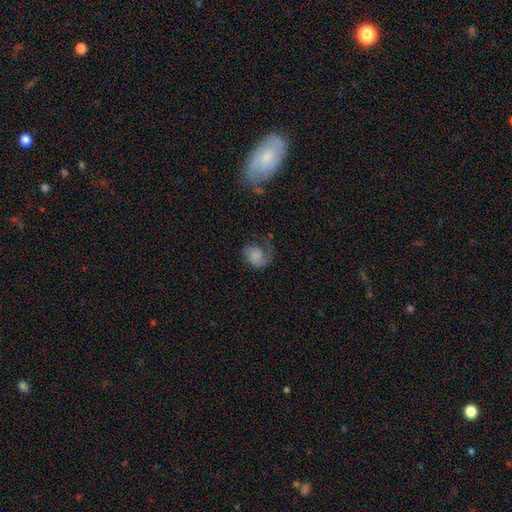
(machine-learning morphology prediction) Smooth or featured? Predicted: smooth (p=0.46). Merging? Predicted: none (p=0.43).